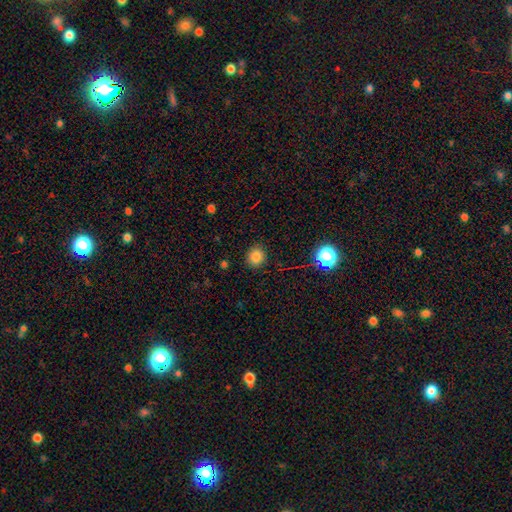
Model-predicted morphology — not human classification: Overall: smooth (82%). How rounded: round (82%). Merging: none (89%).